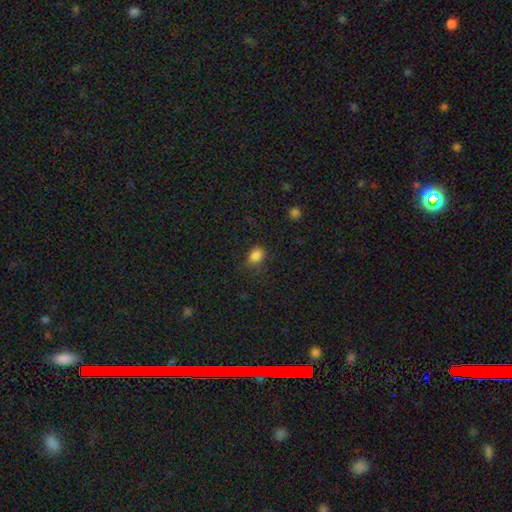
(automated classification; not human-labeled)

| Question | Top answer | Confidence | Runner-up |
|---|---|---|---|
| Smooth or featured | smooth | 84% | star or artifact (12%) |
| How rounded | in between | 73% | round (25%) |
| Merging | none | 72% | minor disturbance (20%) |